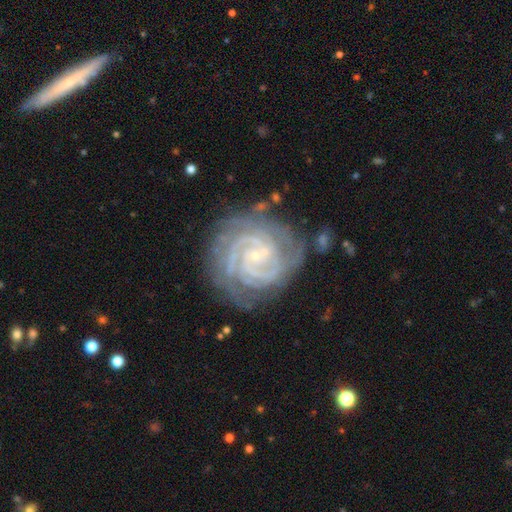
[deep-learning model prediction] This appears to be a featured or disk galaxy (90%) with no bar (60%), 2 (29%) tight (80%) spiral arms (98%) and a small central bulge (85%). Merging: none (73%).